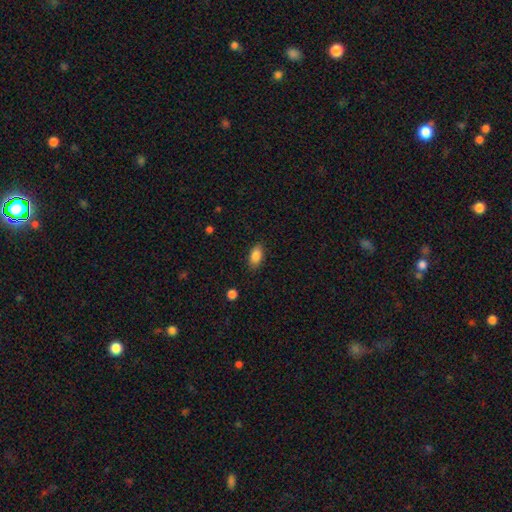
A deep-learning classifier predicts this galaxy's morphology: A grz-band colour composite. It shows a smooth galaxy with no disk features (86%) that is in between round and cigar-shaped (90%). Merging: none (85%).